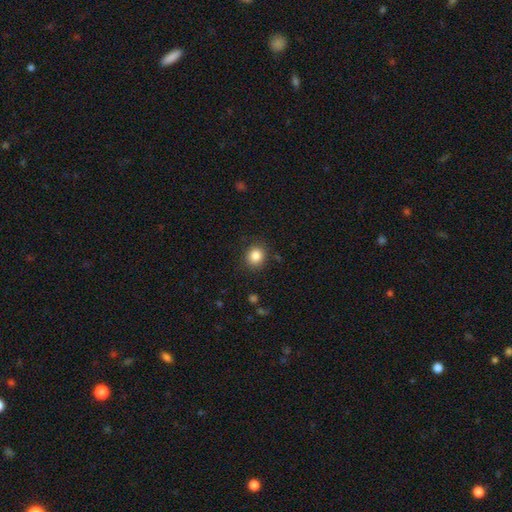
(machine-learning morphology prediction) This appears to be a smooth galaxy with no disk features (85%) that is round (82%). Merging: none (87%).